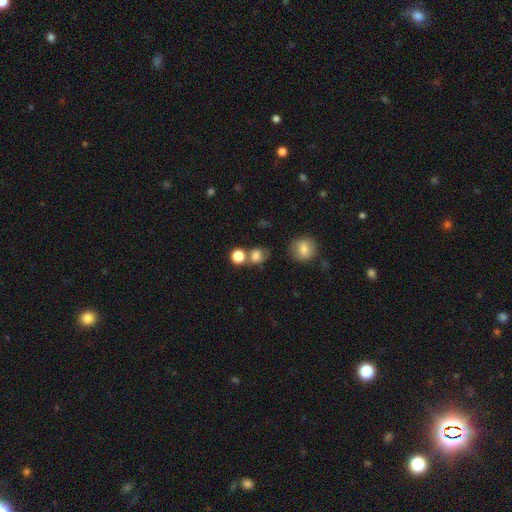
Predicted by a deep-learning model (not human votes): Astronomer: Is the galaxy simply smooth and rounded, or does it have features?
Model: smooth — 79%.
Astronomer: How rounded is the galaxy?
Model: round — 71%.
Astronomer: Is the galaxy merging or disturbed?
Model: none — 52% (runner-up: merger, 31%).